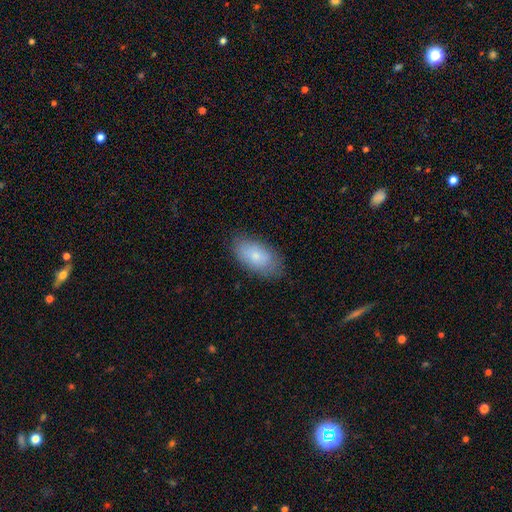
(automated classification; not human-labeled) Smooth or featured? smooth (79%)
How rounded? in between (93%)
Merging? none (79%)